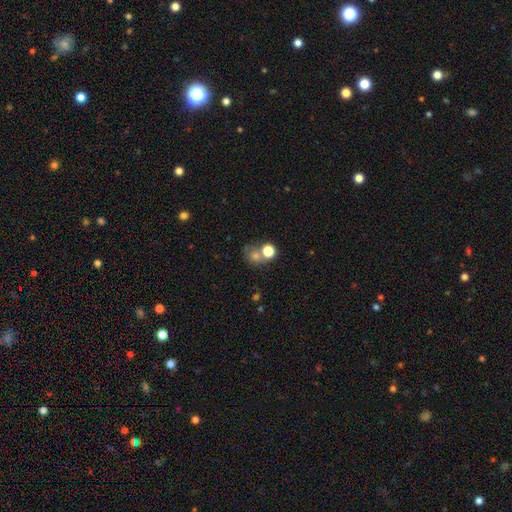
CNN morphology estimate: Smooth or featured: smooth — 66% (star or artifact — 21%)
How rounded: round — 75% (in between — 24%)
Merging: none — 44% (merger — 38%)